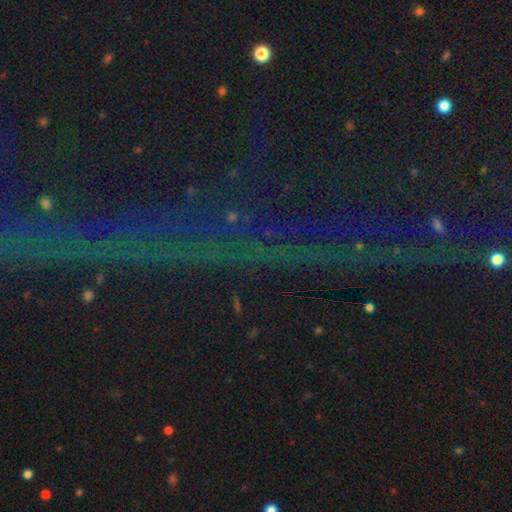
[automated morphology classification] This is likely a star or artifact rather than a galaxy (80%).